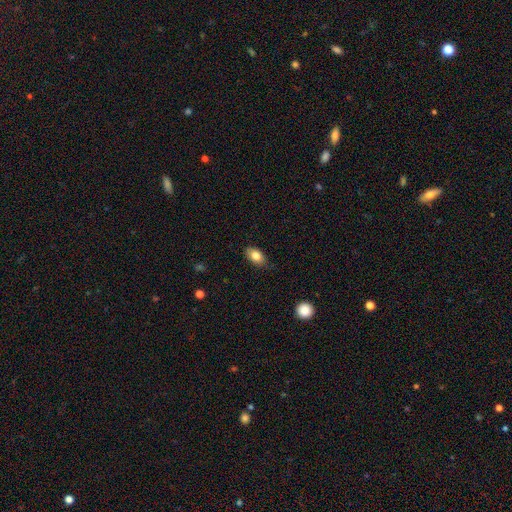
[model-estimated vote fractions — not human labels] Smooth or featured?
  - smooth: 82% *
  - featured or disk: 10%
  - star or artifact: 8%
How rounded?
  - in between: 89% *
  - round: 9%
  - cigar-shaped: 3%
Merging?
  - none: 81% *
  - minor disturbance: 15%
  - major disturbance: 3%
  - merger: 1%